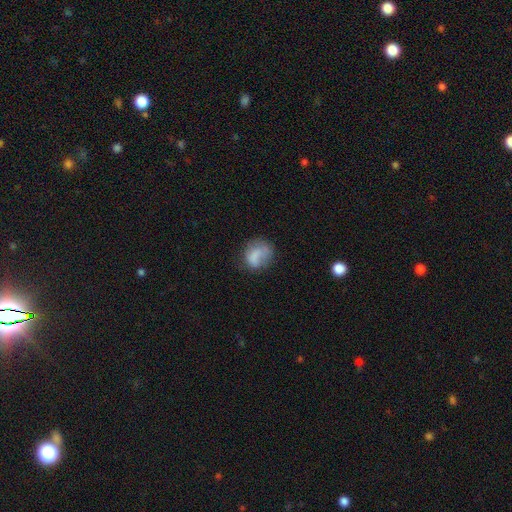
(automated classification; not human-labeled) This is likely a smooth galaxy (72%). How rounded: possibly round (54%). Merging: possibly none (47%).